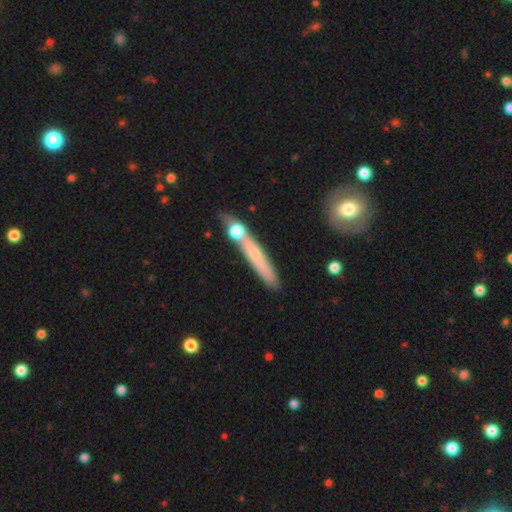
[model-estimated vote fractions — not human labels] Smooth or featured?
  - smooth: 51% *
  - featured or disk: 42%
  - star or artifact: 7%
How rounded?
  - cigar-shaped: 92% *
  - in between: 6%
  - round: 2%
Merging?
  - none: 69% *
  - merger: 17%
  - minor disturbance: 11%
  - major disturbance: 3%